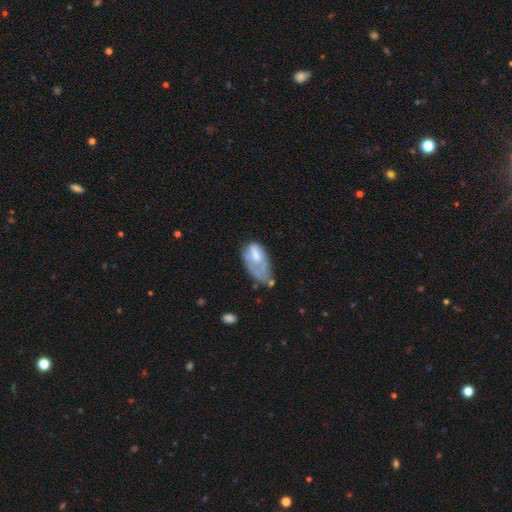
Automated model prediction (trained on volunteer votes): Smooth or featured? smooth (56%)
How rounded? in between (90%)
Merging? major disturbance (37%)